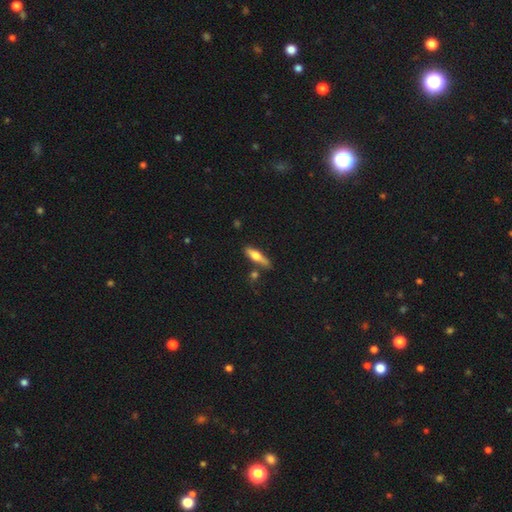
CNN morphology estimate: Smooth or featured?
  - smooth: 53% *
  - featured or disk: 40%
  - star or artifact: 6%
How rounded?
  - cigar-shaped: 68% *
  - in between: 30%
  - round: 2%
Merging?
  - none: 75% *
  - minor disturbance: 14%
  - merger: 8%
  - major disturbance: 4%